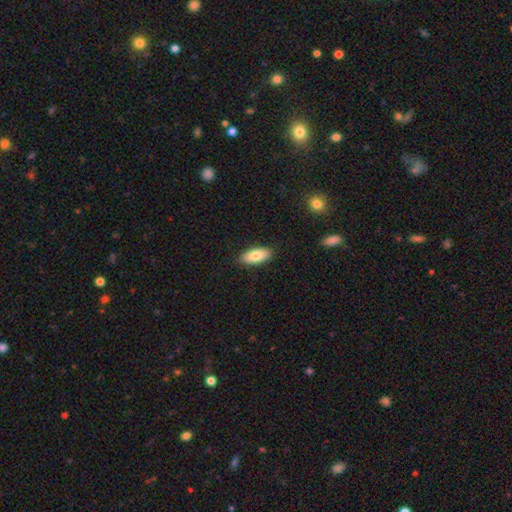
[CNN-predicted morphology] This is likely a smooth galaxy (80%). How rounded: clearly in between (86%). Merging: clearly none (88%).